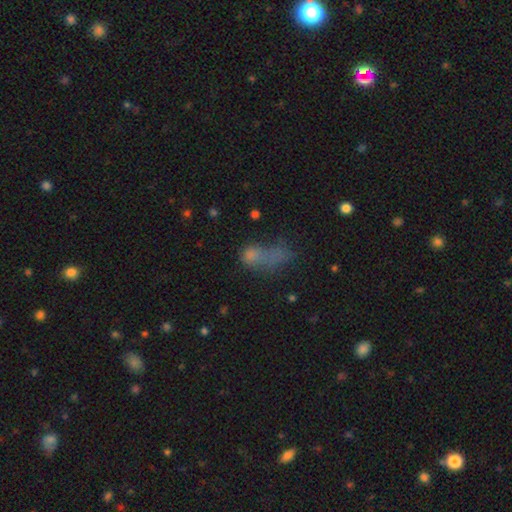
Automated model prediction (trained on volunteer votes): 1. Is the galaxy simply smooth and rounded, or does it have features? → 61% smooth, 20% star or artifact, 19% featured or disk.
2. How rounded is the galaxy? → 69% in between, 17% round, 14% cigar-shaped.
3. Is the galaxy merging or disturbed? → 44% major disturbance, 21% none, 18% merger, 17% minor disturbance.